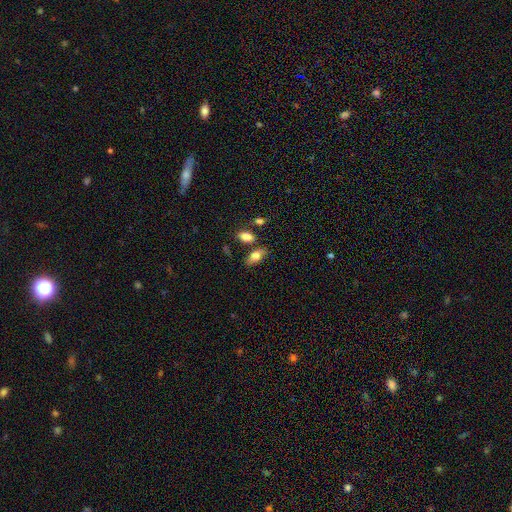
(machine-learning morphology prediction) This is likely a smooth galaxy (78%). How rounded: clearly in between (89%). Merging: likely none (72%).